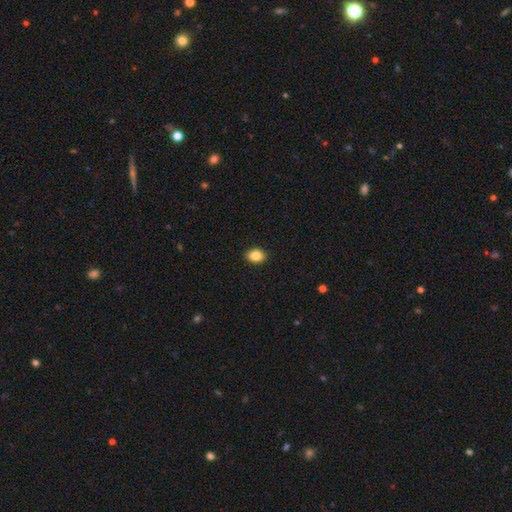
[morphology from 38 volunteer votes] A smooth galaxy with no disk features (92%) that is in between round and cigar-shaped (60%).

Vote fractions:
- Smooth or featured? smooth: 92% / star or artifact: 8% / featured or disk: 0%
- How rounded? in between: 60% / round: 40% / cigar-shaped: 0%
- Merging? none: 86% / minor disturbance: 9% / major disturbance: 6% / merger: 0%